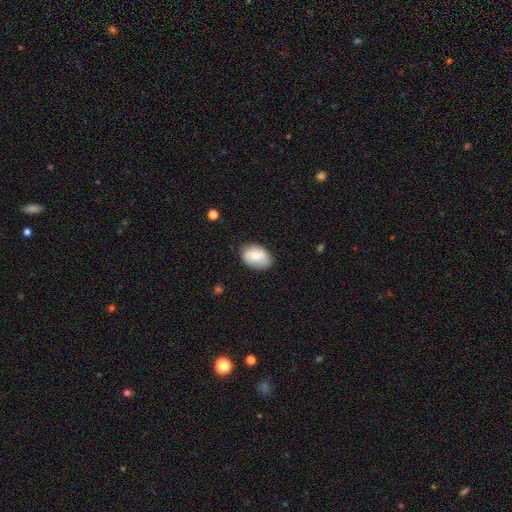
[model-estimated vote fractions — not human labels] Overall: smooth (68%). How rounded: in between (83%). Merging: none (69%).